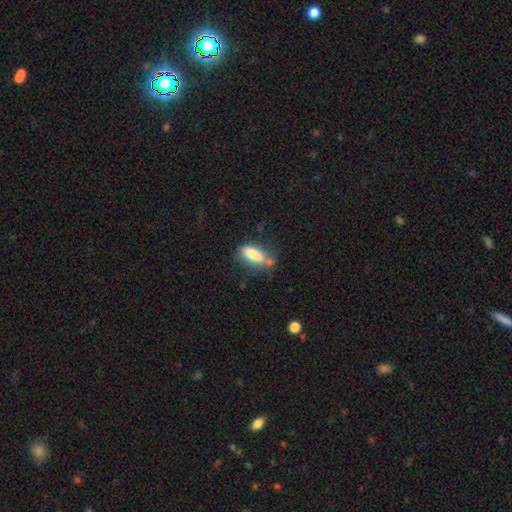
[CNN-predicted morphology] smooth-or-featured: smooth: 79% | featured or disk: 13% | star or artifact: 8%
  how-rounded: in between: 72% | cigar-shaped: 26% | round: 3%
  merging: none: 50% | minor disturbance: 25% | merger: 15% | major disturbance: 11%